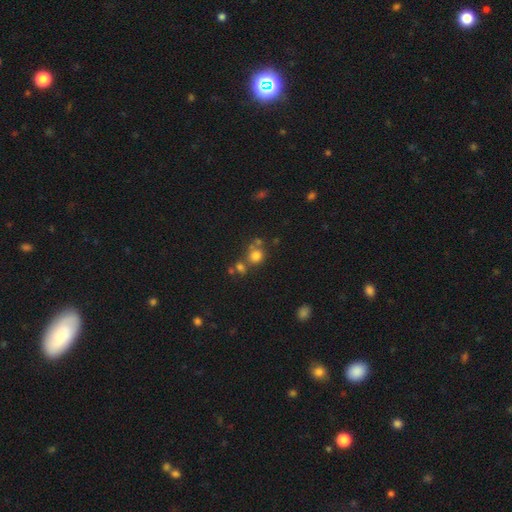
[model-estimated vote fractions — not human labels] smooth 75%, star or artifact 15%, featured or disk 10%. Down the decision tree: how rounded — round (84%); merging — none (54%).